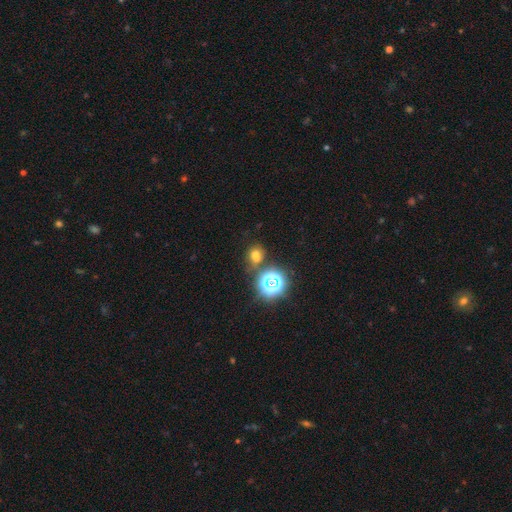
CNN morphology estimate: Smooth or featured? Predicted: smooth (p=0.64). How rounded? Predicted: round (p=0.74). Merging? Predicted: none (p=0.65).